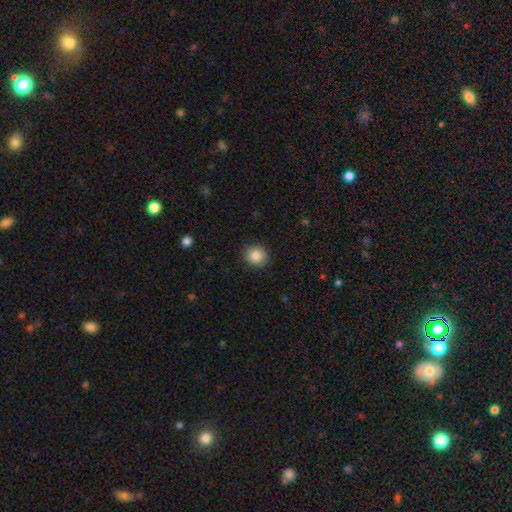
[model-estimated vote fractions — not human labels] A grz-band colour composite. It shows a smooth galaxy with no disk features (87%) that is round (87%). Merging: none (90%).